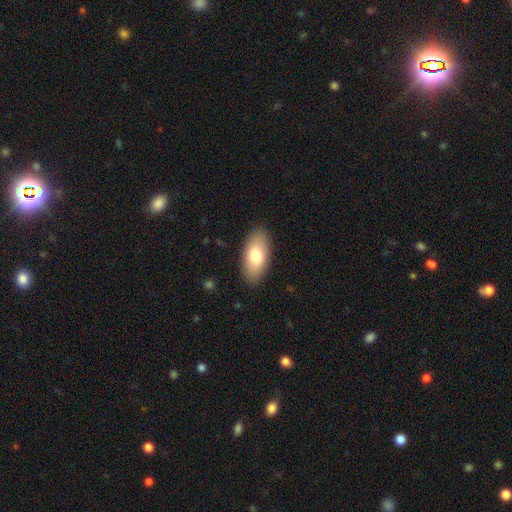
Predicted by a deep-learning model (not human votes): A smooth galaxy with no disk features (78%) that is in between round and cigar-shaped (91%). Merging: none (88%).